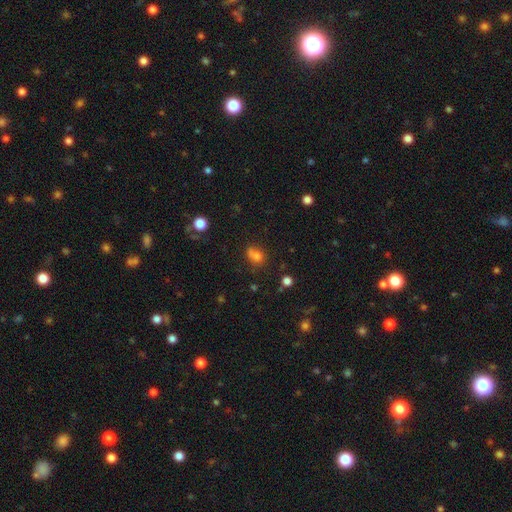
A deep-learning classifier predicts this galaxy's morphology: smooth-or-featured: smooth: 74% | star or artifact: 16% | featured or disk: 10%
  how-rounded: in between: 59% | round: 39% | cigar-shaped: 2%
  merging: none: 50% | minor disturbance: 25% | merger: 15% | major disturbance: 11%